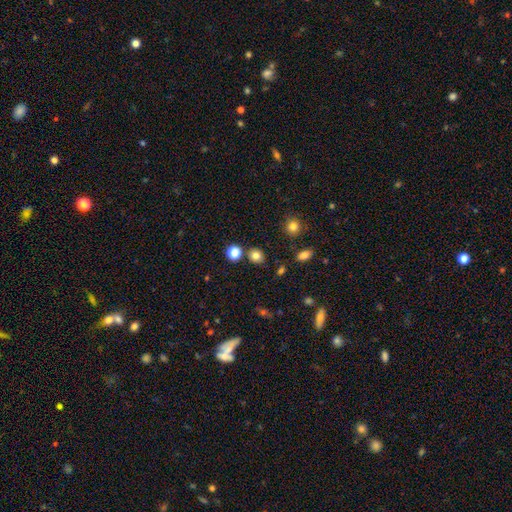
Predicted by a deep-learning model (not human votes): Overall: smooth (81%). How rounded: round (72%). Merging: none (83%).